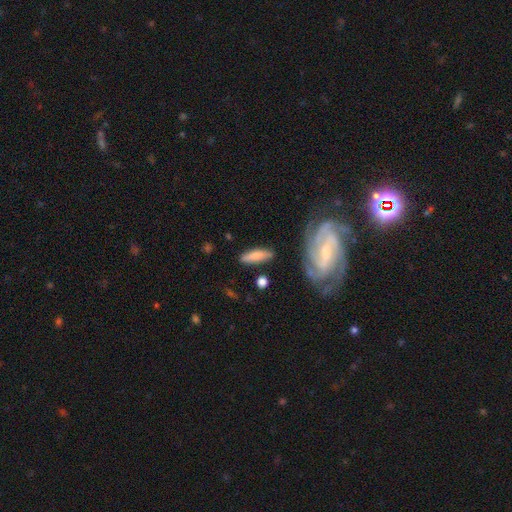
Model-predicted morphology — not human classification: Smooth or featured? Predicted: smooth (p=0.70). How rounded? Predicted: cigar-shaped (p=0.57). Merging? Predicted: none (p=0.81).